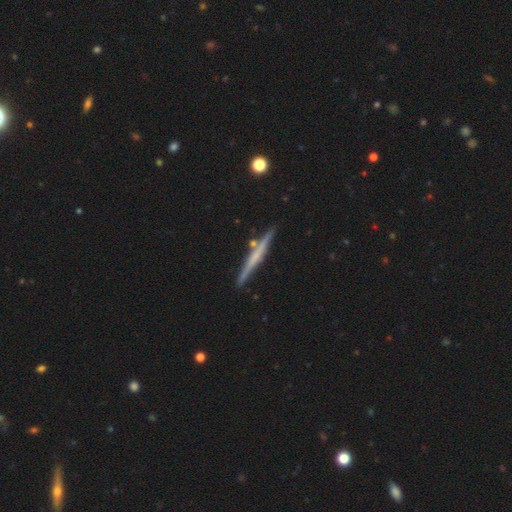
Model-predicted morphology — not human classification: featured or disk 63%, smooth 32%, star or artifact 6%. Down the decision tree: edge-on disk — yes (98%); edge-on bulge — none (62%); merging — none (86%).